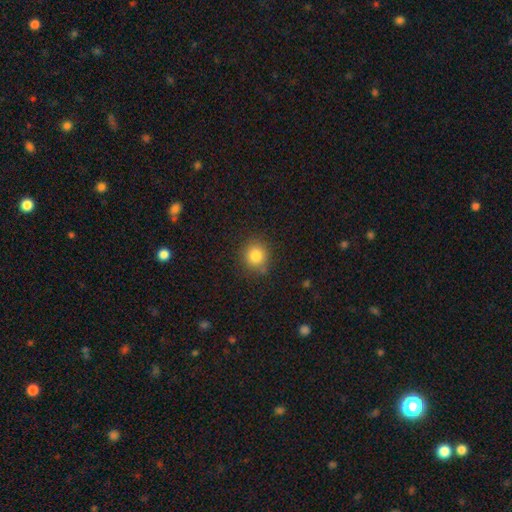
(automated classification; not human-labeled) Morphology: type=smooth (82%); roundness=round (87%); merging=none (82%).